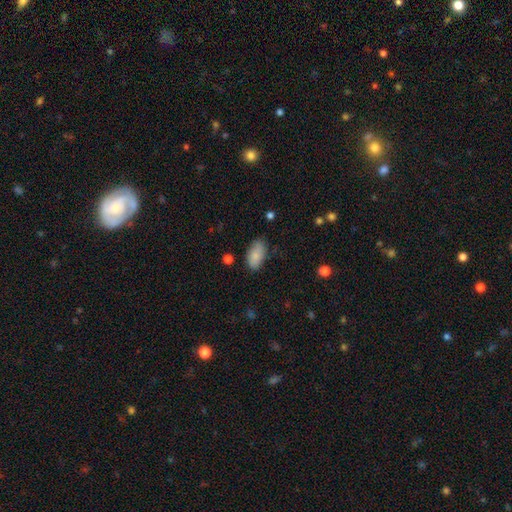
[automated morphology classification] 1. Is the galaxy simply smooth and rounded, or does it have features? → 84% smooth, 9% featured or disk, 7% star or artifact.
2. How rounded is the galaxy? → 94% in between, 3% round, 3% cigar-shaped.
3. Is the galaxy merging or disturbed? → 77% none, 18% minor disturbance, 4% major disturbance, 2% merger.